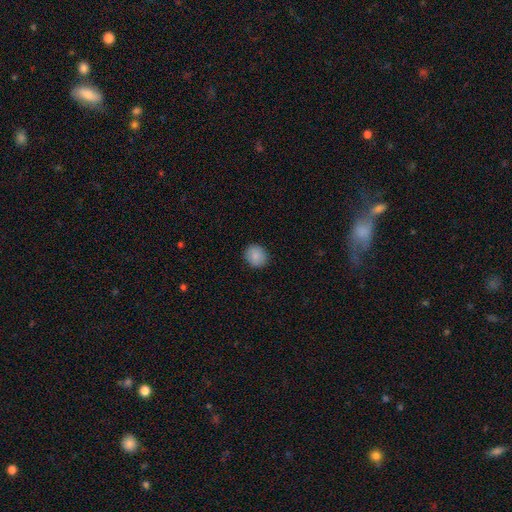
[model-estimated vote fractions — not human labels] This is clearly a smooth galaxy (87%). How rounded: clearly round (86%). Merging: clearly none (90%).